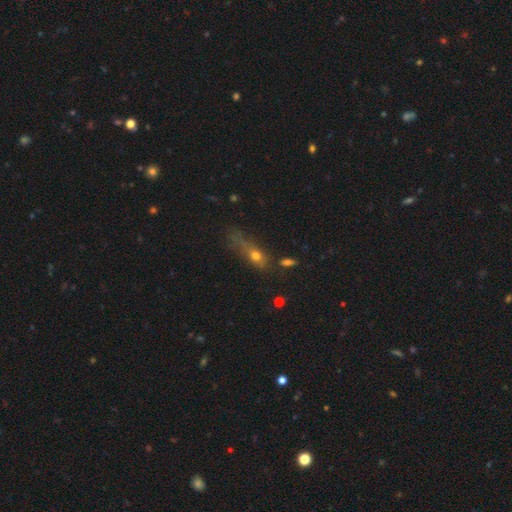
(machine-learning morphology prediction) smooth 60%, featured or disk 23%, star or artifact 17%. Down the decision tree: how rounded — in between (49%); merging — major disturbance (38%).